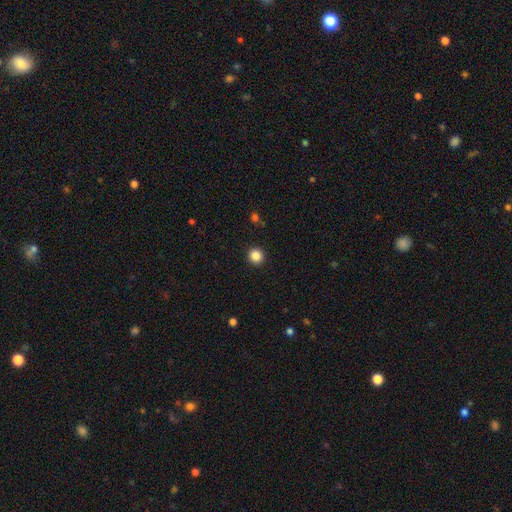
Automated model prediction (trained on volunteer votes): Smooth or featured? Predicted: smooth (p=0.86). How rounded? Predicted: round (p=0.94). Merging? Predicted: none (p=0.92).